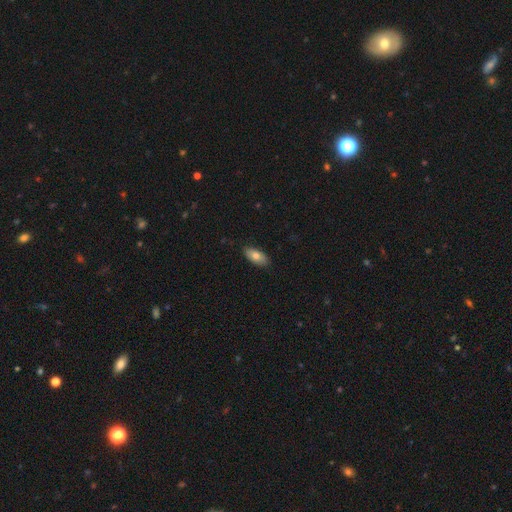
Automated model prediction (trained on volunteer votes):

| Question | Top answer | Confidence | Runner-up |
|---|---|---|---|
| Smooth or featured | smooth | 78% | featured or disk (16%) |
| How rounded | in between | 91% | cigar-shaped (7%) |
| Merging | none | 86% | minor disturbance (12%) |